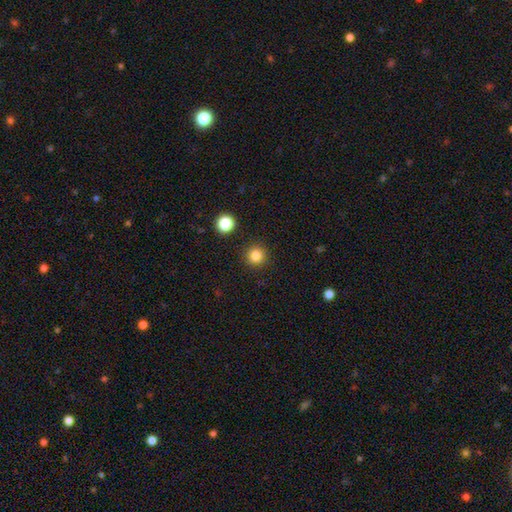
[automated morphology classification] The model was most divided on "smooth or featured": smooth: 84%, star or artifact: 12%, featured or disk: 4%. More confident: how rounded — round (95%); merging — none (91%).